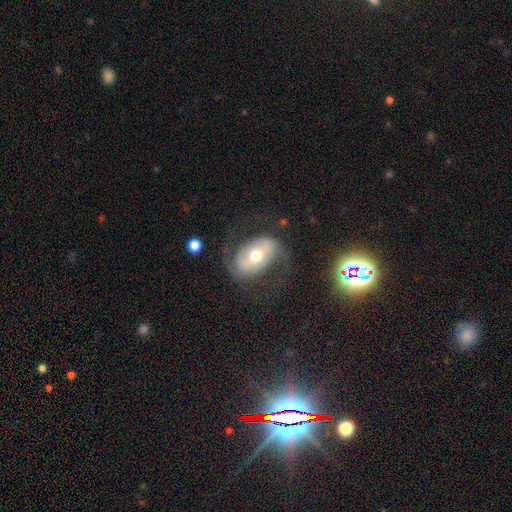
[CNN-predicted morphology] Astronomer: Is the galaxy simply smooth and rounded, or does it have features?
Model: featured or disk — 72%.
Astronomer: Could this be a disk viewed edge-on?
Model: no — 95%.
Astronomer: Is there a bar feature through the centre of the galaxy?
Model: strong — 34%, tied with no at 34%.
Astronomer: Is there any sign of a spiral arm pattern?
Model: yes — 86%.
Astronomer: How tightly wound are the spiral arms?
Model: loose — 43% (runner-up: medium, 42%).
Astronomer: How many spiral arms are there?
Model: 2 — 89%.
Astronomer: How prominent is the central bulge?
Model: moderate — 69%.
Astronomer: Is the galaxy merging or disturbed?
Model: none — 67%.